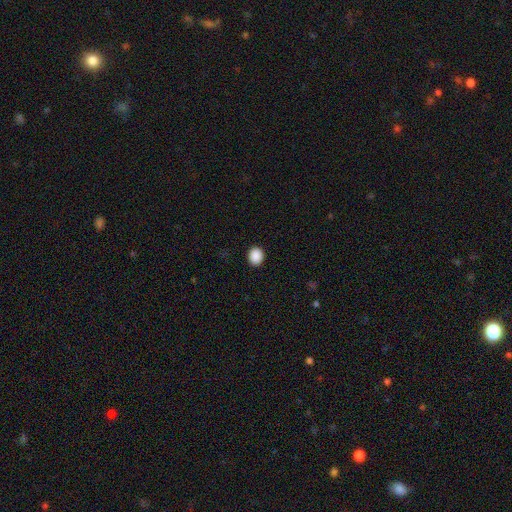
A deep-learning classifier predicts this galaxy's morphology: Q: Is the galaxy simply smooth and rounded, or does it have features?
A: smooth — 89%.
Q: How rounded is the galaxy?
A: round — 66%.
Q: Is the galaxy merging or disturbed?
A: none — 92%.